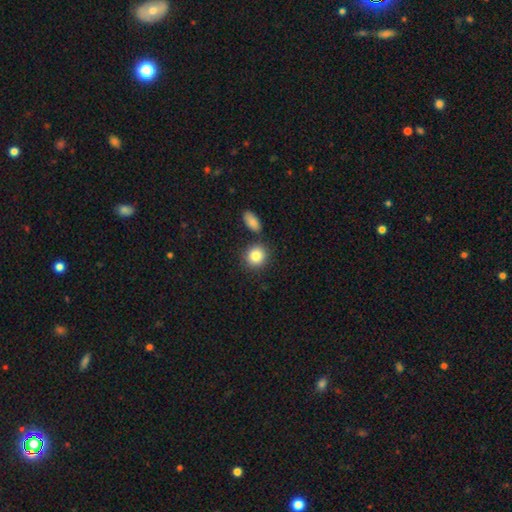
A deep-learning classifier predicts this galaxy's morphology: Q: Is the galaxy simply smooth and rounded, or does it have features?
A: smooth — 85%.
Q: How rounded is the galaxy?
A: round — 82%.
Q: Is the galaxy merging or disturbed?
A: none — 77%.